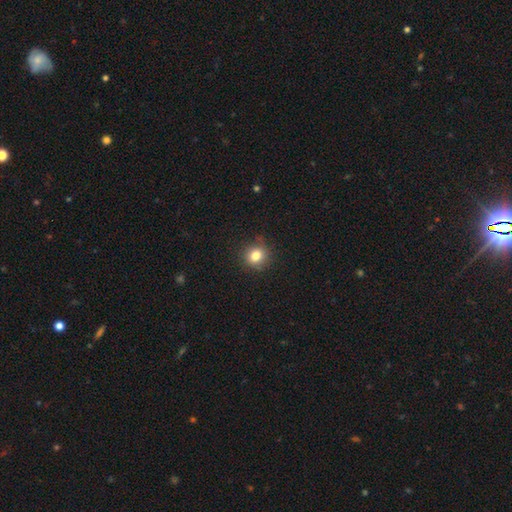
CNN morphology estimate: Smooth or featured? smooth (82%)
How rounded? round (85%)
Merging? none (85%)